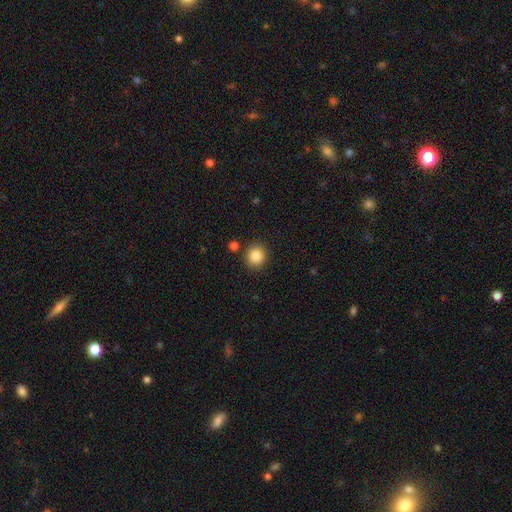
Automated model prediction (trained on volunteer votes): Morphology: type=smooth (86%); roundness=round (87%); merging=none (88%).